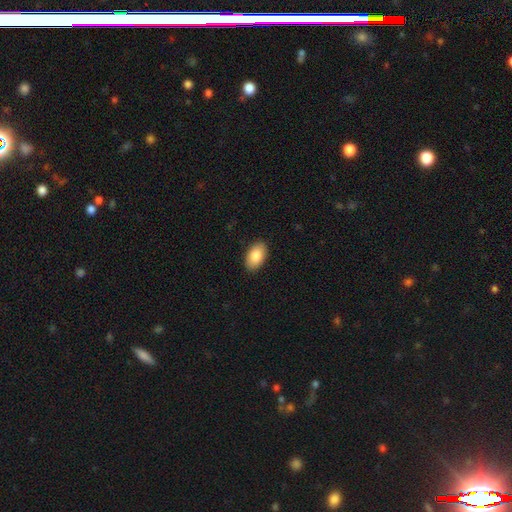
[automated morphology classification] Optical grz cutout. It shows a smooth galaxy with no disk features (86%) that is in between round and cigar-shaped (94%). Merging: none (90%).